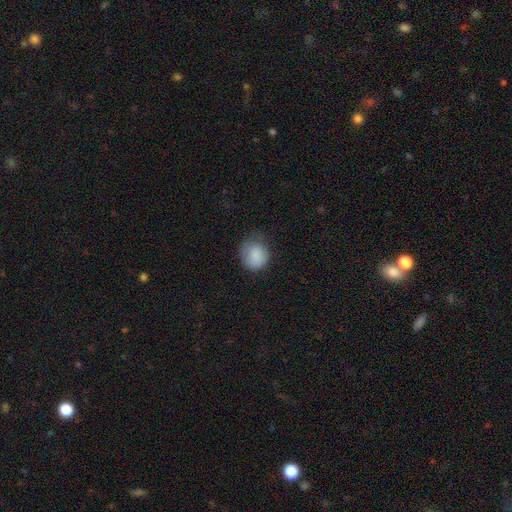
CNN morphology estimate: A smooth galaxy with no disk features (85%) that is round (76%).

Vote fractions:
- Smooth or featured? smooth: 85% / featured or disk: 8% / star or artifact: 8%
- How rounded? round: 76% / in between: 23% / cigar-shaped: 1%
- Merging? none: 57% / minor disturbance: 30% / major disturbance: 12% / merger: 1%